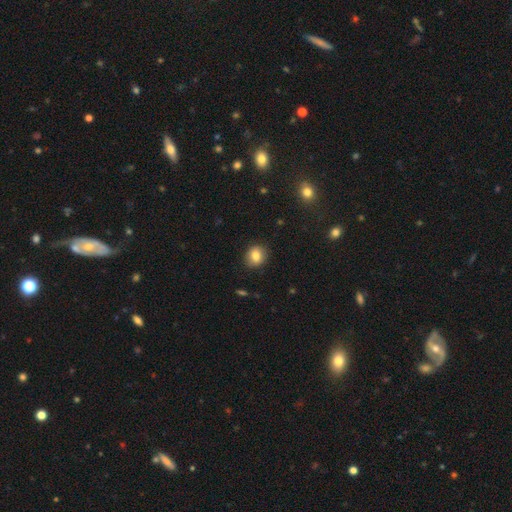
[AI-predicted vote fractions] Overall: smooth (81%). How rounded: round (70%). Merging: none (87%).